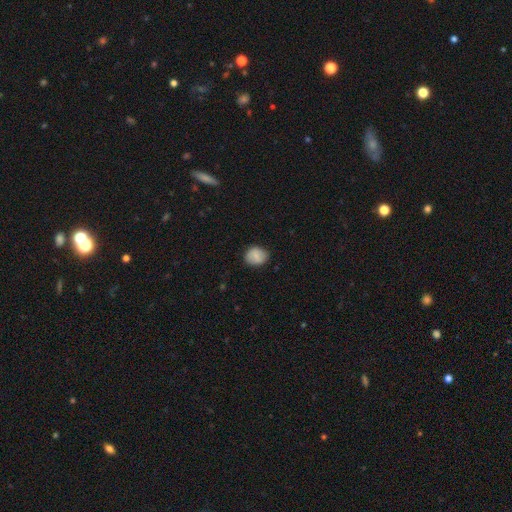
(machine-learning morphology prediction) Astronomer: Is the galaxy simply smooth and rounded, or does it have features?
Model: smooth — 80%.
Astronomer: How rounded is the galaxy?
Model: round — 63%.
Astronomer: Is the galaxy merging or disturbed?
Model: none — 82%.